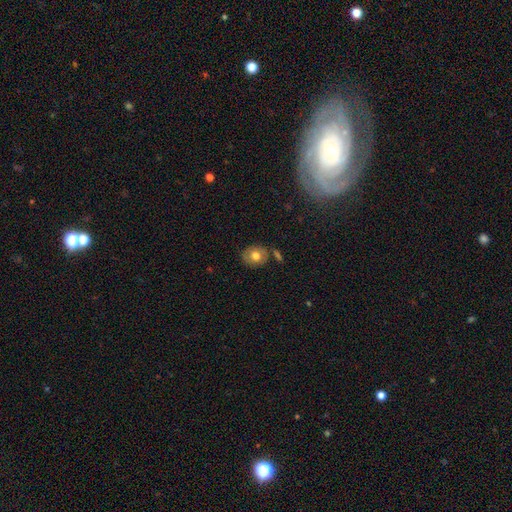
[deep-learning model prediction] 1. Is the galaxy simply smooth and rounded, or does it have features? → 65% smooth, 27% featured or disk, 8% star or artifact.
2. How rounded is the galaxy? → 65% round, 34% in between, 1% cigar-shaped.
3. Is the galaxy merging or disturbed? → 74% none, 15% minor disturbance, 6% merger, 4% major disturbance.